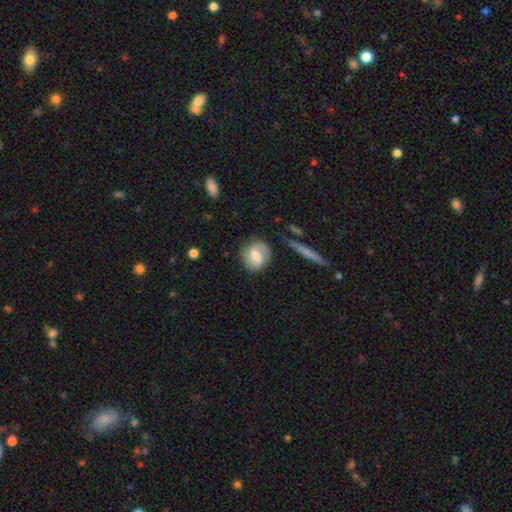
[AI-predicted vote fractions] smooth 47%, featured or disk 45%, star or artifact 7%. Down the decision tree: merging — none (73%).